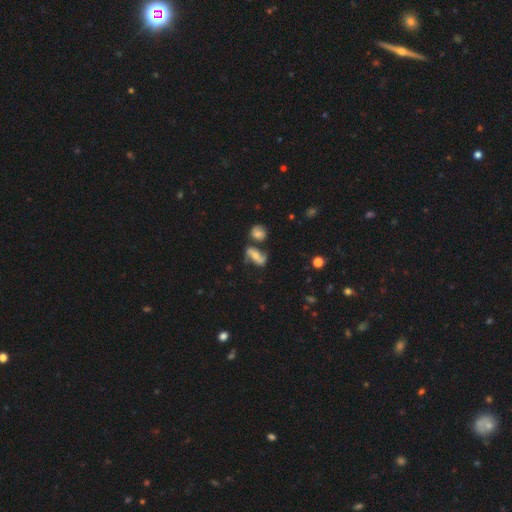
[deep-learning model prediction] Morphology: type=featured or disk (66%); edge-on=no (92%); bar=no (41%); spiral arms=yes (89%); winding=loose (57%); arm count=2 (90%); bulge=moderate (52%); merging=none (60%).